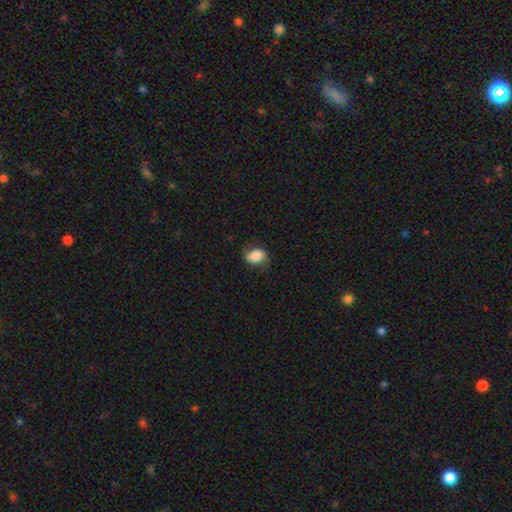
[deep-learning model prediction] Smooth or featured? Predicted: smooth (p=0.72). How rounded? Predicted: in between (p=0.70). Merging? Predicted: none (p=0.70).